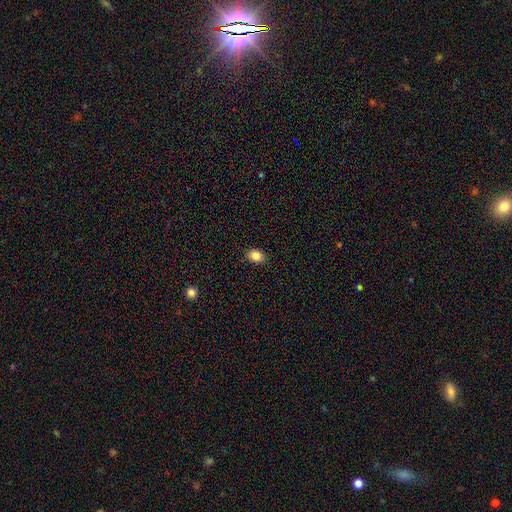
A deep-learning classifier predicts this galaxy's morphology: smooth_or_featured: smooth (p=0.84) [alt: star or artifact p=0.10]
how_rounded: in between (p=0.66) [alt: round p=0.33]
merging: none (p=0.87) [alt: minor disturbance p=0.10]